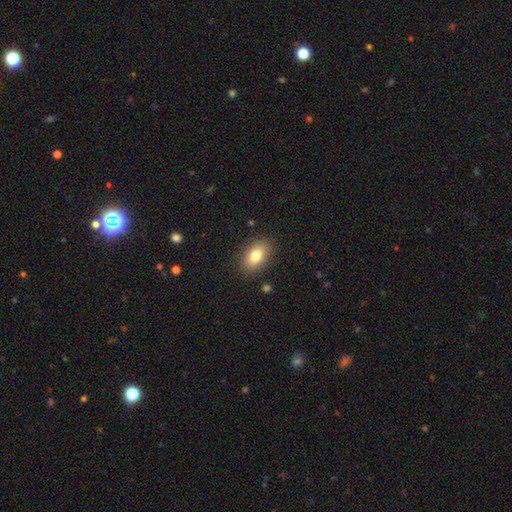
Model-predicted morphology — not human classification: A smooth galaxy with no disk features (79%) that is in between round and cigar-shaped (87%). Merging: none (86%).